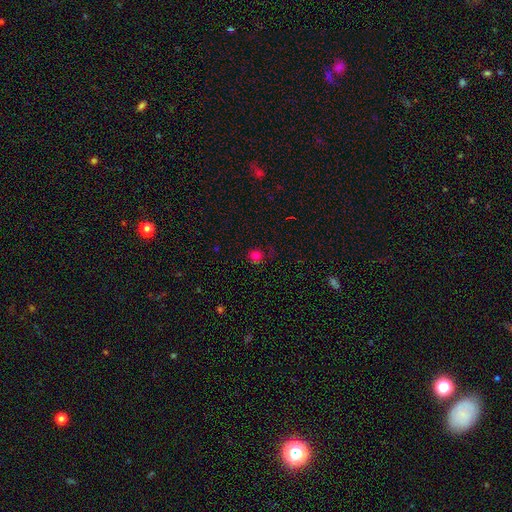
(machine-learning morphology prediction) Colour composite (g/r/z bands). It shows a smooth galaxy with no disk features (70%) that is round (87%). Merging: none (72%).